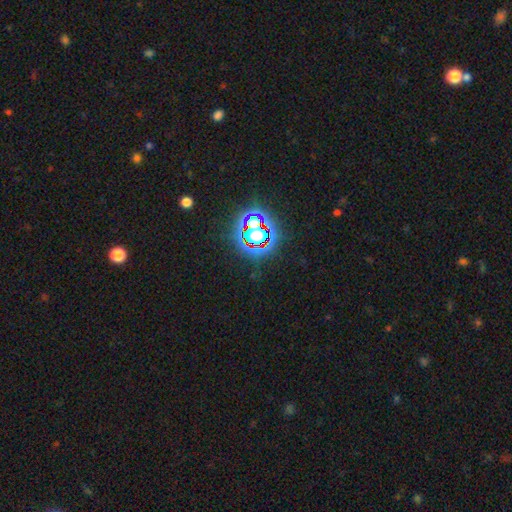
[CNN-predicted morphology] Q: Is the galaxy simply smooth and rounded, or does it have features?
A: star or artifact — 78%.